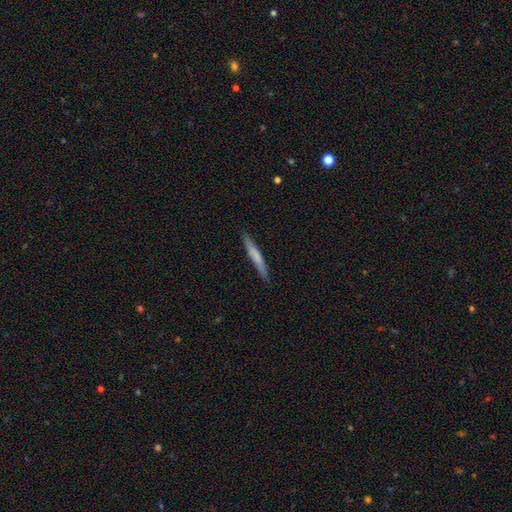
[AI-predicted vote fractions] This appears to be a smooth galaxy with no disk features (65%) that is cigar-shaped (96%). Merging: none (89%).